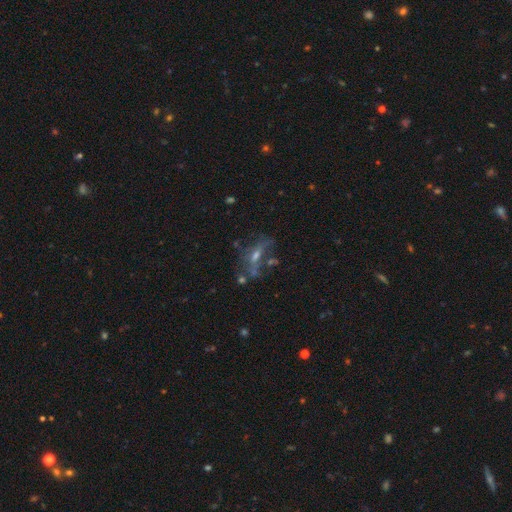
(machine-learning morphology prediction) A featured or disk galaxy (54%). Merging: none (45%).